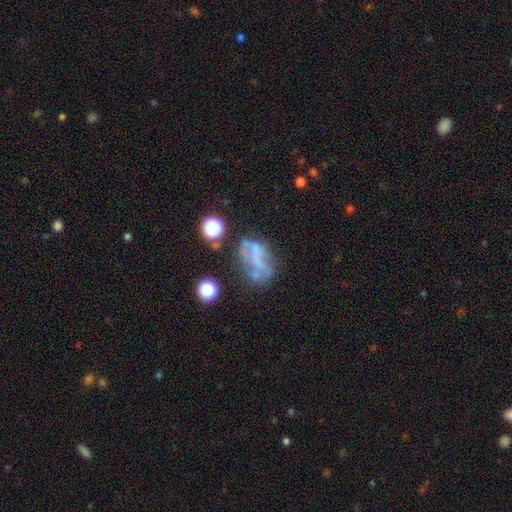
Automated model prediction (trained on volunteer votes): Smooth or featured? Predicted: featured or disk (p=0.48). Merging? Predicted: none (p=0.41).